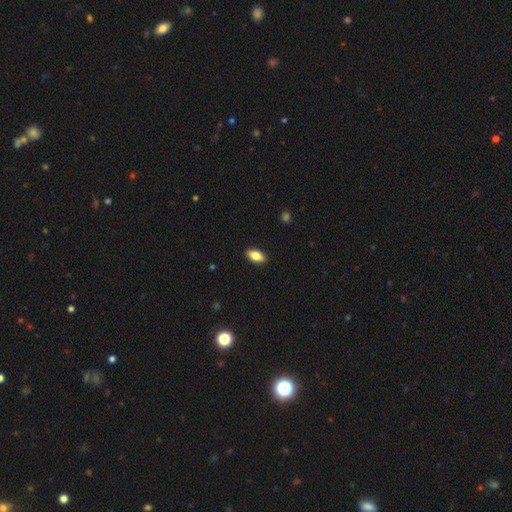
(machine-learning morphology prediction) A smooth galaxy with no disk features (79%) that is in between round and cigar-shaped (89%). Merging: none (90%).